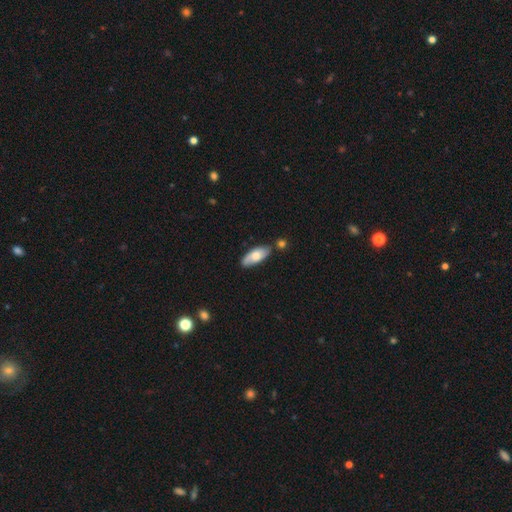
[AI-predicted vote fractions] Smooth or featured? Predicted: smooth (p=0.68). How rounded? Predicted: in between (p=0.77). Merging? Predicted: none (p=0.72).